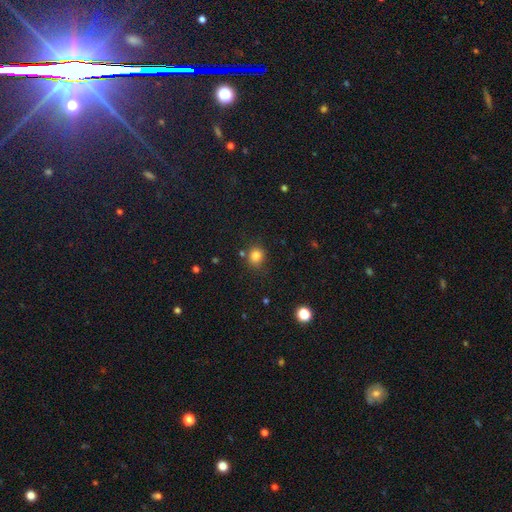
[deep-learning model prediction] Smooth or featured? Predicted: smooth (p=0.82). How rounded? Predicted: round (p=0.80). Merging? Predicted: none (p=0.77).